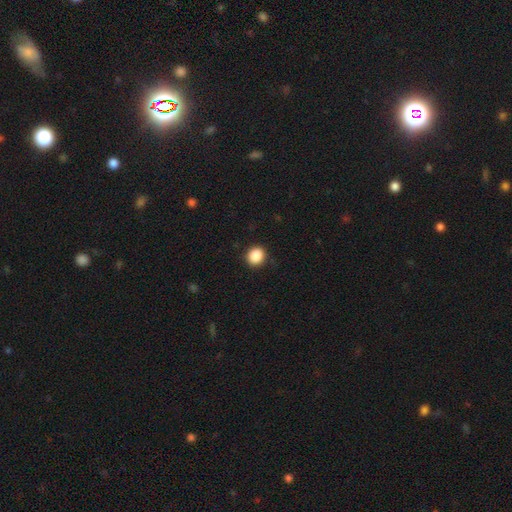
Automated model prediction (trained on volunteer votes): Smooth or featured?
  - smooth: 88% *
  - star or artifact: 9%
  - featured or disk: 3%
How rounded?
  - round: 80% *
  - in between: 19%
  - cigar-shaped: 1%
Merging?
  - none: 90% *
  - minor disturbance: 7%
  - major disturbance: 2%
  - merger: 1%